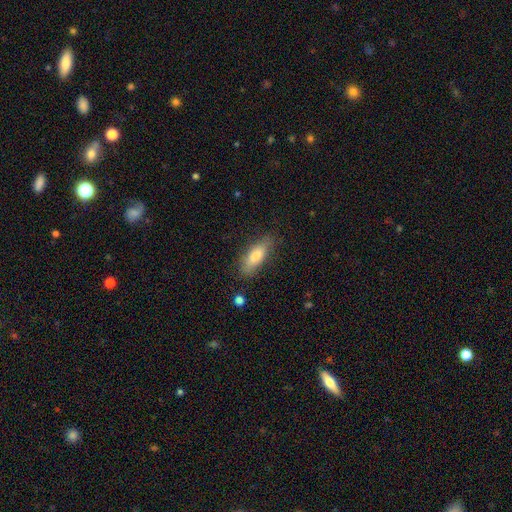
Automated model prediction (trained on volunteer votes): A smooth galaxy with no disk features (75%) that is in between round and cigar-shaped (58%).

Vote fractions:
- Smooth or featured? smooth: 75% / featured or disk: 17% / star or artifact: 8%
- How rounded? in between: 58% / cigar-shaped: 40% / round: 2%
- Merging? none: 81% / minor disturbance: 15% / major disturbance: 3% / merger: 2%